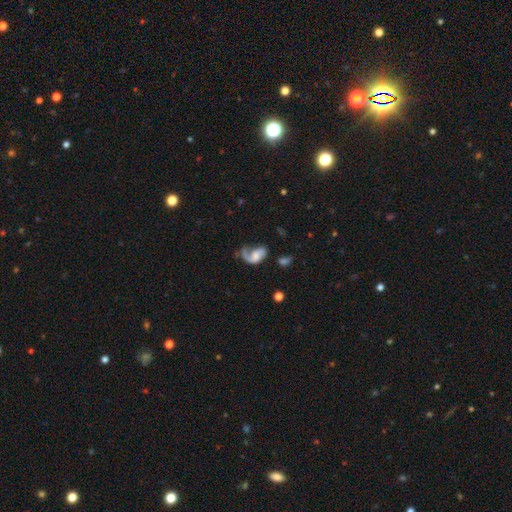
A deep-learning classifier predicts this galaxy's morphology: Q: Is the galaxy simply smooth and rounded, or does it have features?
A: featured or disk — 62%.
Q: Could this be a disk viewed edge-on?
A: no — 97%.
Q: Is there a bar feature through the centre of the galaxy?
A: no — 66%.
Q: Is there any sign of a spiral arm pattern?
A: yes — 84%.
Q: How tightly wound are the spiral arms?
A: loose — 59%.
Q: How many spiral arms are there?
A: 1 — 79%.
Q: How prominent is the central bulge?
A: small — 30%.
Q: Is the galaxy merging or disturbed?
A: major disturbance — 45%.